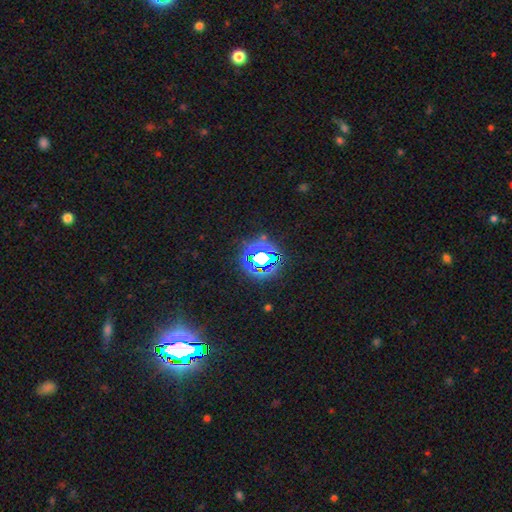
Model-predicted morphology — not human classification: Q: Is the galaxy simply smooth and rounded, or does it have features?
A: star or artifact — 71%.